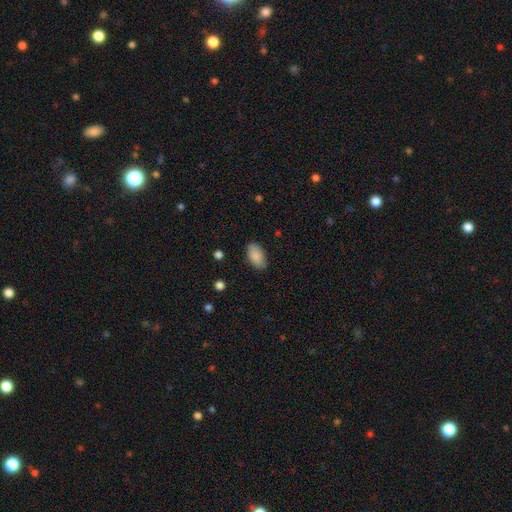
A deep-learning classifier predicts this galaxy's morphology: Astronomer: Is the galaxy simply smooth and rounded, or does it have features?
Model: smooth — 88%.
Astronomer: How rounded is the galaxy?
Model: in between — 94%.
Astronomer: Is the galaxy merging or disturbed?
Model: none — 82%.